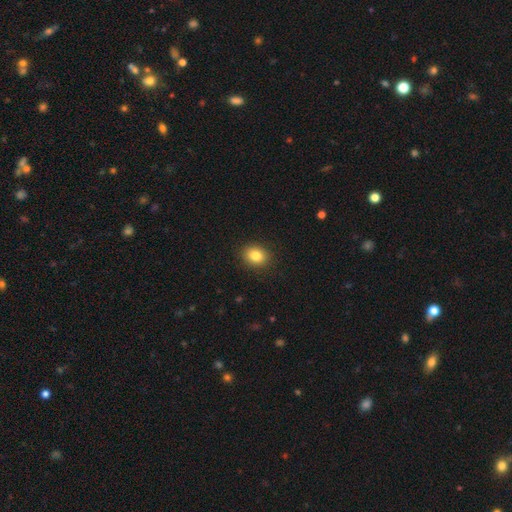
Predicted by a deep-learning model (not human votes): This appears to be a smooth galaxy with no disk features (84%) that is round (52%). Merging: none (90%).